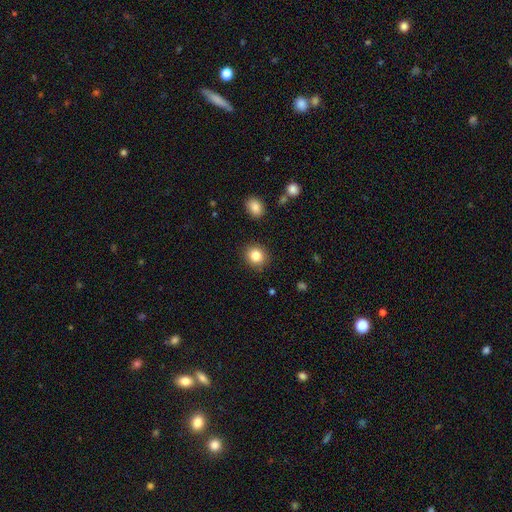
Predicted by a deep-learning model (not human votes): Q: Smooth or featured?
A: smooth (83%); runner-up: star or artifact (10%)
Q: How rounded?
A: round (81%); runner-up: in between (18%)
Q: Merging?
A: none (90%); runner-up: minor disturbance (7%)